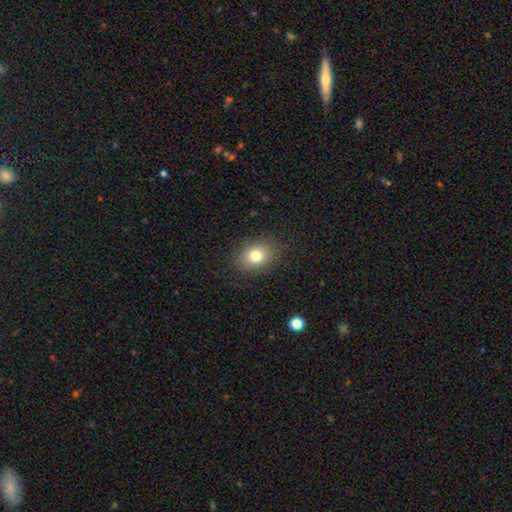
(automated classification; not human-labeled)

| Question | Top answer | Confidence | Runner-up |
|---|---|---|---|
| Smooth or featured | smooth | 79% | star or artifact (11%) |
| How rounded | in between | 59% | round (40%) |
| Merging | none | 86% | minor disturbance (10%) |